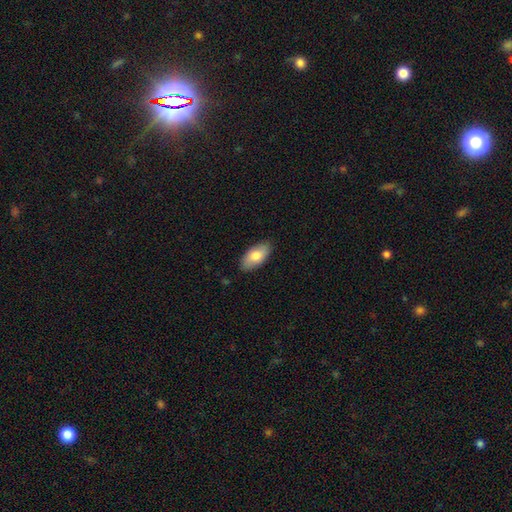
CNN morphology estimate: Smooth or featured? smooth (78%)
How rounded? in between (93%)
Merging? none (87%)